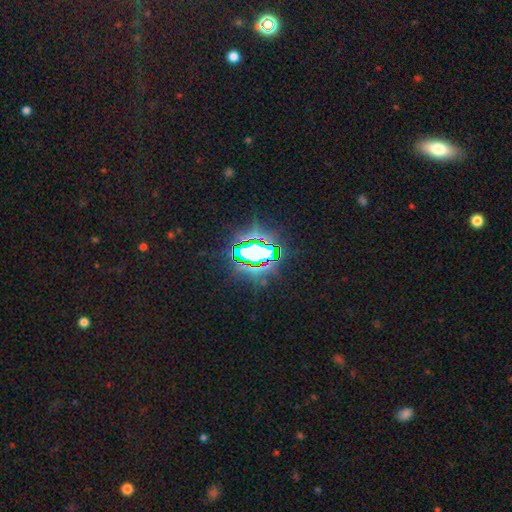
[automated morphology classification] Smooth or featured: star or artifact — 82% (smooth — 11%)